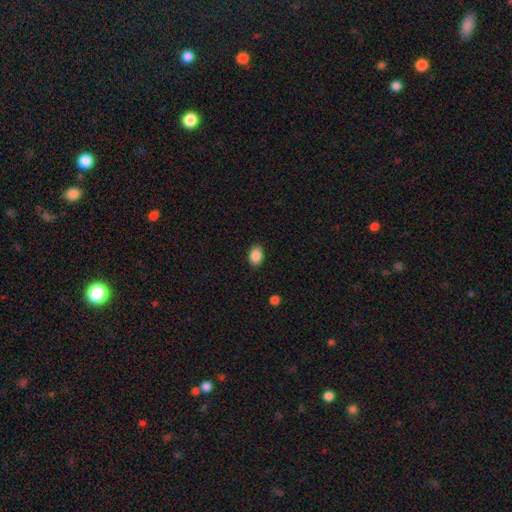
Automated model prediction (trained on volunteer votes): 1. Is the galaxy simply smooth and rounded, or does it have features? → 88% smooth, 8% star or artifact, 4% featured or disk.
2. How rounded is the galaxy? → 77% in between, 22% round, 1% cigar-shaped.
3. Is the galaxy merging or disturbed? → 87% none, 10% minor disturbance, 2% major disturbance, 1% merger.